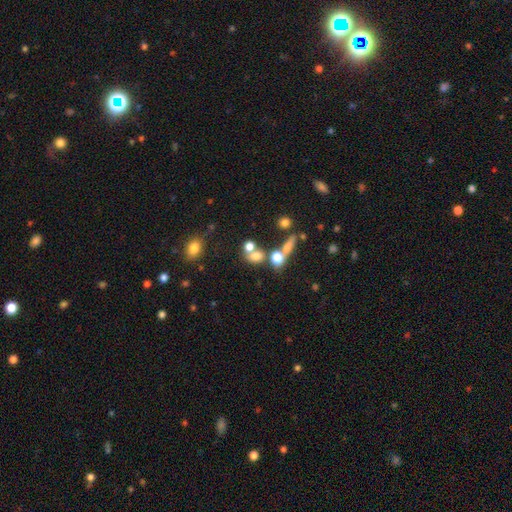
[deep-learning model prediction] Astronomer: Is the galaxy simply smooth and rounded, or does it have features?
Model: smooth — 69%.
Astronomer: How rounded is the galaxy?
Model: round — 56% (runner-up: in between, 40%).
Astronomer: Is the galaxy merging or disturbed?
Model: merger — 44% (runner-up: none, 39%).